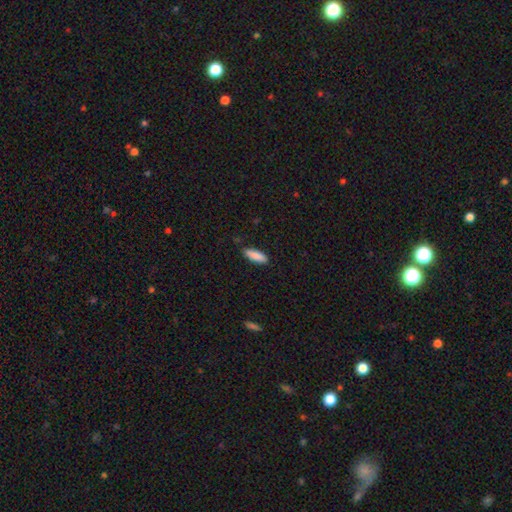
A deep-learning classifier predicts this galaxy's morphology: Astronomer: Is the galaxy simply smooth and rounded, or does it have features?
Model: smooth — 88%.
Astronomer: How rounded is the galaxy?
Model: in between — 61% (runner-up: cigar-shaped, 37%).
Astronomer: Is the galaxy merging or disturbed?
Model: none — 84%.